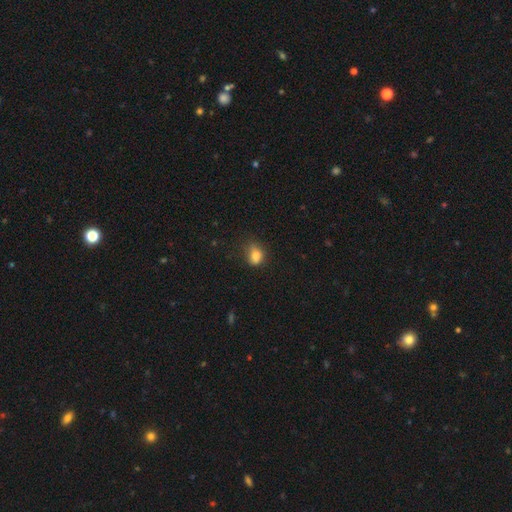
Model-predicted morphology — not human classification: type=smooth (81%); roundness=in between (63%); merging=none (53%).